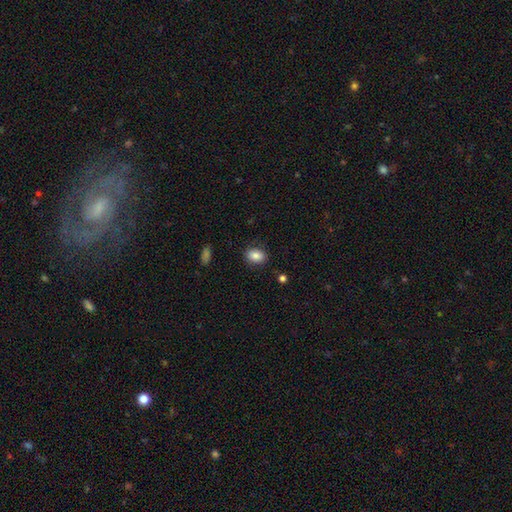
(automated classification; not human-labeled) This is clearly a smooth galaxy (84%). How rounded: likely in between (74%). Merging: clearly none (84%).